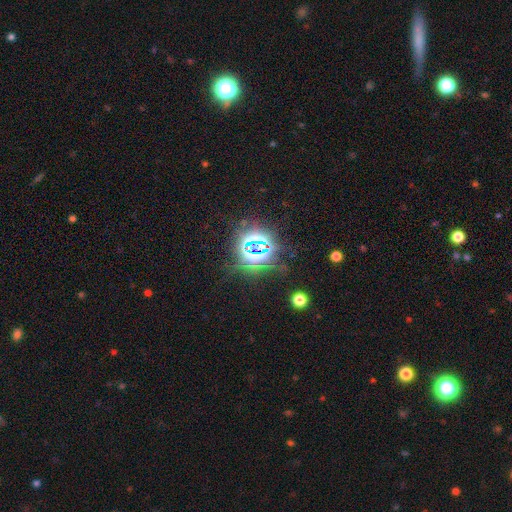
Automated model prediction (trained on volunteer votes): Q: Smooth or featured?
A: star or artifact (83%); runner-up: smooth (10%)